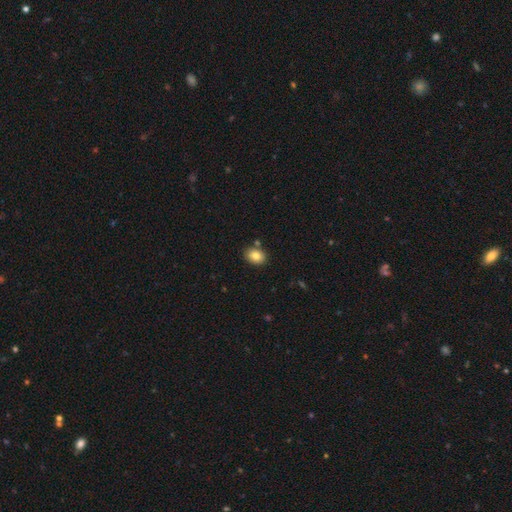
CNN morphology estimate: This is clearly a smooth galaxy (82%). How rounded: likely in between (63%). Merging: clearly none (82%).